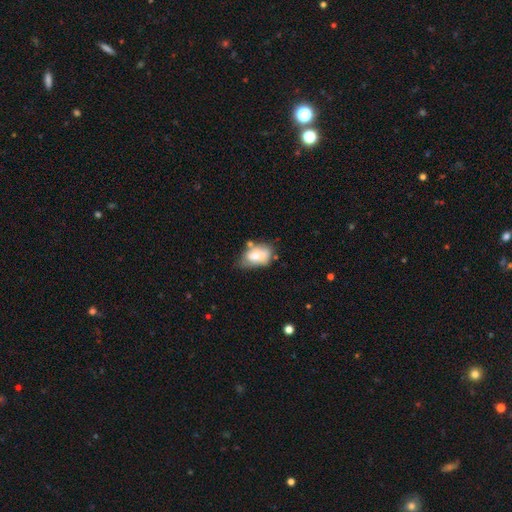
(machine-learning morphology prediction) Smooth or featured? Predicted: smooth (p=0.64). How rounded? Predicted: in between (p=0.89). Merging? Predicted: none (p=0.43).